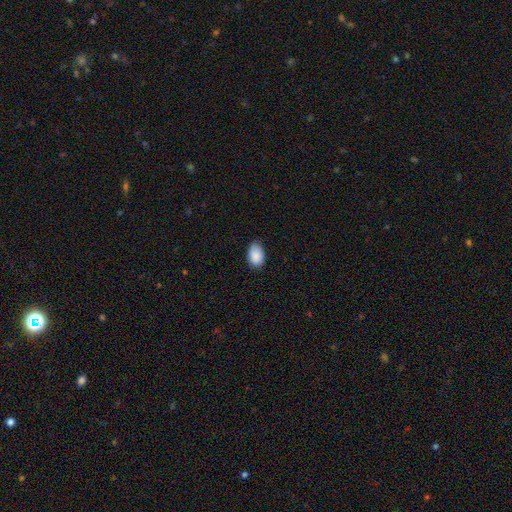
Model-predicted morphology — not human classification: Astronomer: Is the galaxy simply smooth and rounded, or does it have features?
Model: smooth — 89%.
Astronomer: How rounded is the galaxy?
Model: in between — 90%.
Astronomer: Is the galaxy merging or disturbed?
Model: none — 77%.